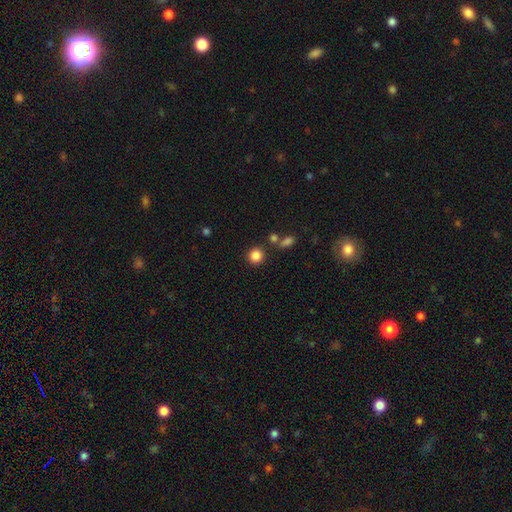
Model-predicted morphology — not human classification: Smooth or featured? smooth (86%)
How rounded? round (90%)
Merging? none (83%)